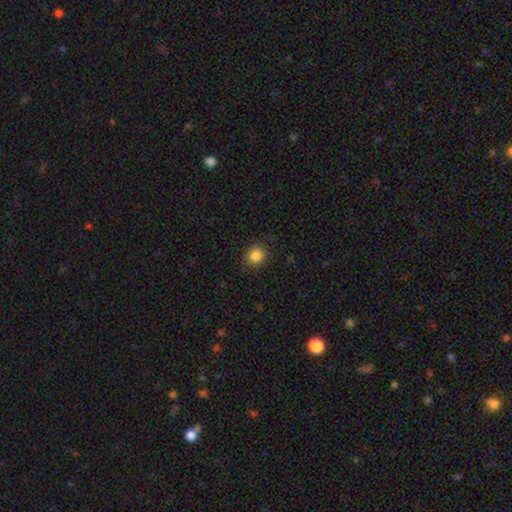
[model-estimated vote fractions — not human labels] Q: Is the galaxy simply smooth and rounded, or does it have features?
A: smooth — 86%.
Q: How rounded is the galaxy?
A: round — 73%.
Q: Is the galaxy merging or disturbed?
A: none — 87%.